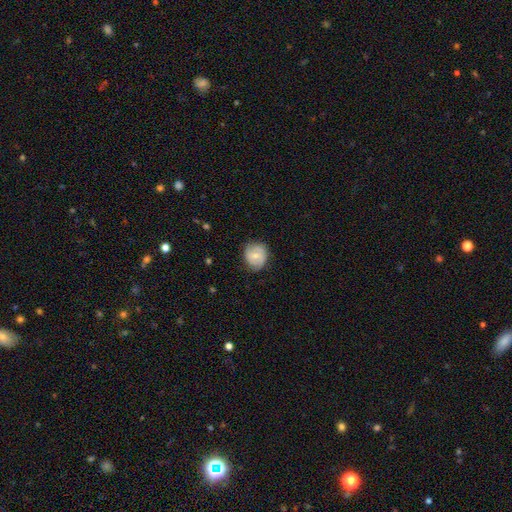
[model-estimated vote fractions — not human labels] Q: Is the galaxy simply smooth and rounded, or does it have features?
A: smooth — 51%.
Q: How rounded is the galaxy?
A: round — 73%.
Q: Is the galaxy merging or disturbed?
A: none — 70%.